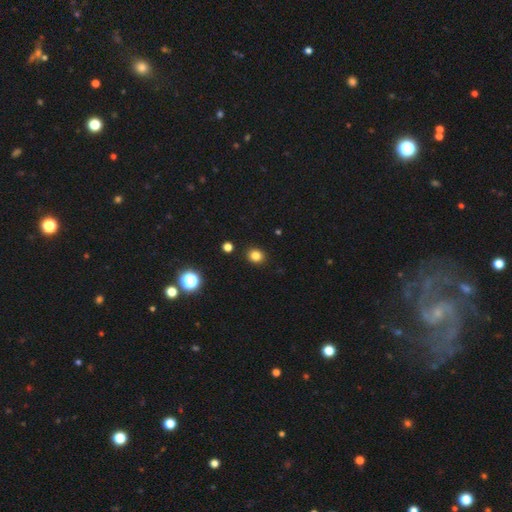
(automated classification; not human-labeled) smooth-or-featured: smooth: 82% | star or artifact: 14% | featured or disk: 5%
  how-rounded: round: 76% | in between: 24% | cigar-shaped: 1%
  merging: none: 90% | minor disturbance: 6% | major disturbance: 2% | merger: 2%